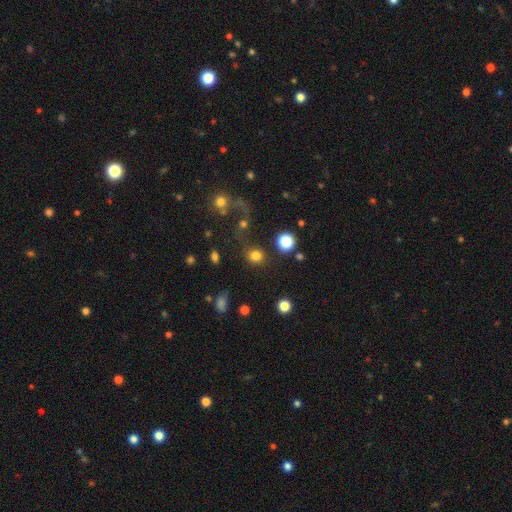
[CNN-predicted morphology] Smooth or featured? smooth (80%)
How rounded? round (84%)
Merging? none (77%)